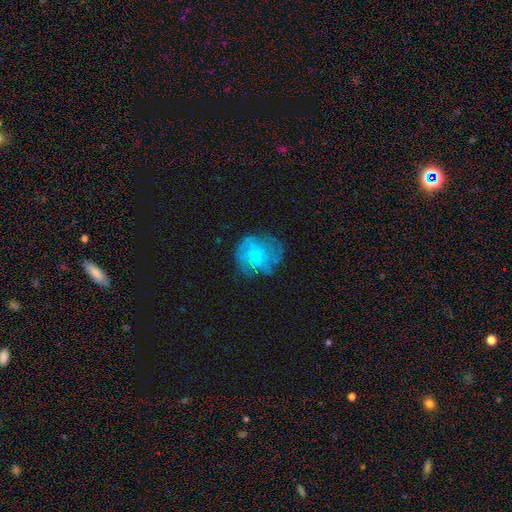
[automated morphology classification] Q: Smooth or featured?
A: featured or disk (47%); runner-up: smooth (44%)
Q: Merging?
A: none (62%); runner-up: minor disturbance (23%)